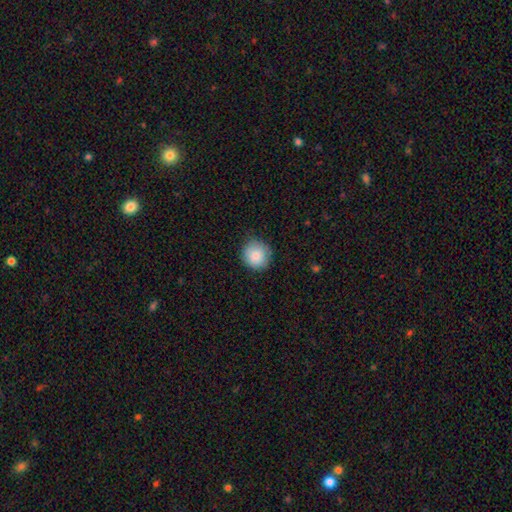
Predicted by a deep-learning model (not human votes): Q: Smooth or featured?
A: smooth (85%); runner-up: featured or disk (8%)
Q: How rounded?
A: round (89%); runner-up: in between (10%)
Q: Merging?
A: none (81%); runner-up: minor disturbance (15%)